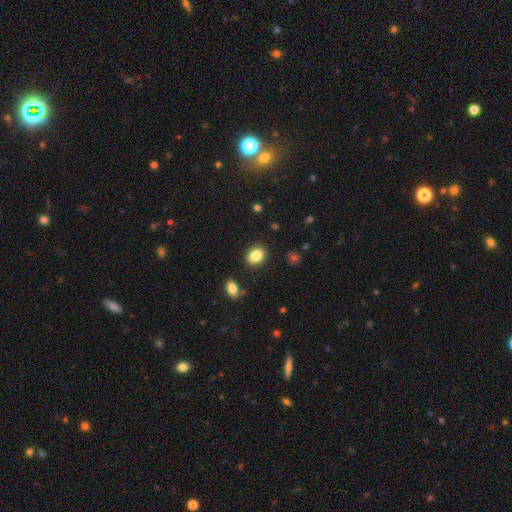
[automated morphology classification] type=smooth (85%); roundness=in between (63%); merging=none (87%).